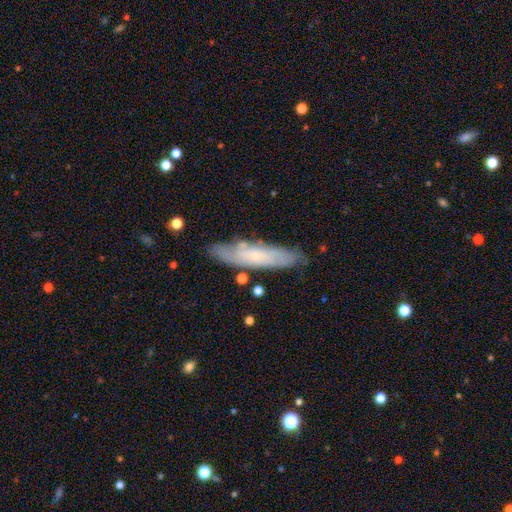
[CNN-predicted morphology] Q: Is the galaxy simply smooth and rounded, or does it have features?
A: featured or disk — 55%.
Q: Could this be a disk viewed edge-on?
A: no — 59%.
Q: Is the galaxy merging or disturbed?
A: none — 79%.